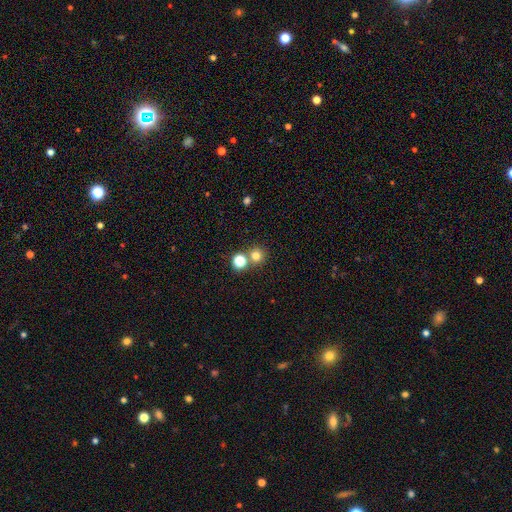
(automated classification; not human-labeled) smooth 76%, star or artifact 17%, featured or disk 7%. Down the decision tree: how rounded — round (92%); merging — none (66%).